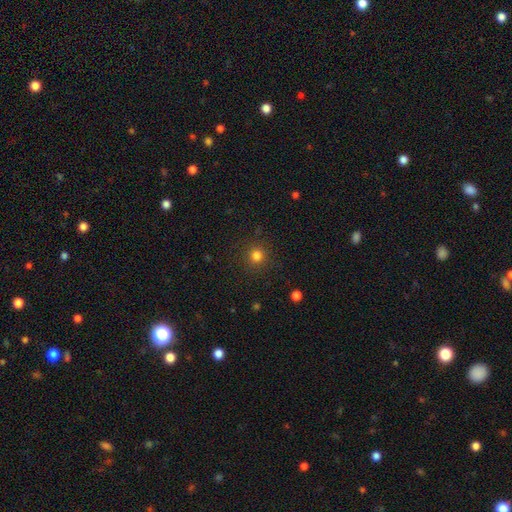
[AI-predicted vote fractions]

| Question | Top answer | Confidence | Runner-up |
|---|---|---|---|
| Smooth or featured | smooth | 80% | star or artifact (15%) |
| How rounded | round | 93% | in between (6%) |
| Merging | none | 89% | minor disturbance (7%) |